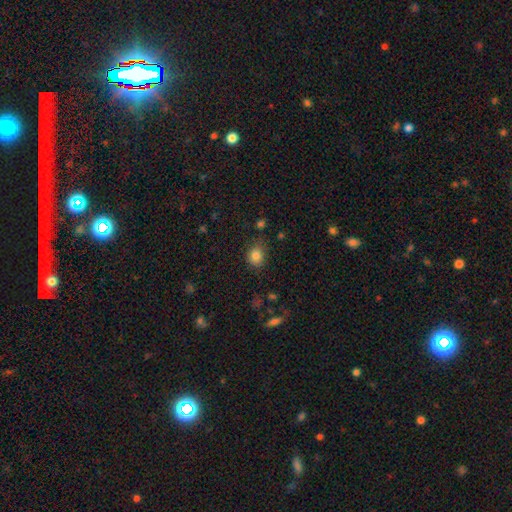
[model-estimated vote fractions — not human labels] smooth_or_featured: smooth (p=0.83) [alt: star or artifact p=0.12]
how_rounded: round (p=0.66) [alt: in between p=0.33]
merging: none (p=0.74) [alt: minor disturbance p=0.19]